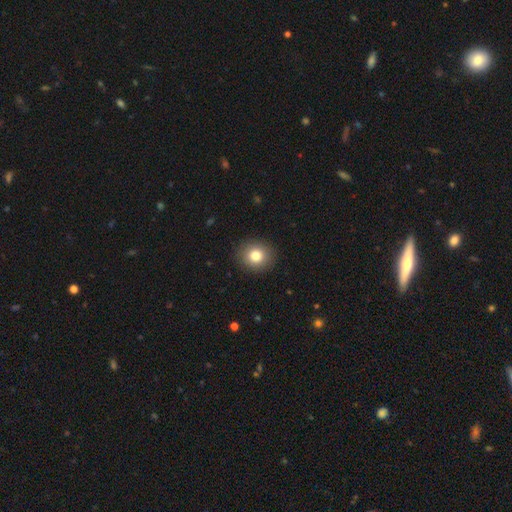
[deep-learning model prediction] This is clearly a smooth galaxy (81%). How rounded: clearly round (81%). Merging: clearly none (91%).